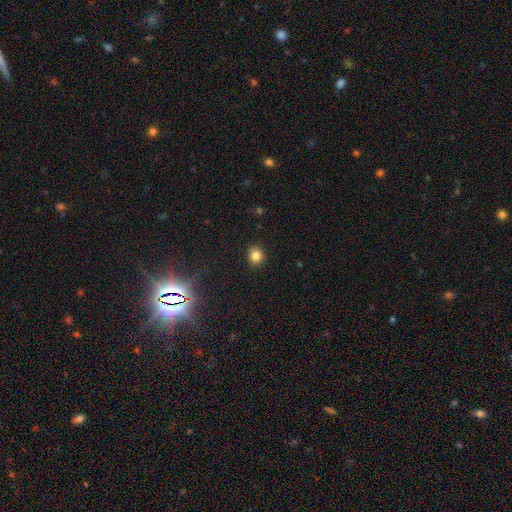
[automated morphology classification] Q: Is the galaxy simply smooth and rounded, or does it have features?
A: smooth — 81%.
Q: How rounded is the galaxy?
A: round — 72%.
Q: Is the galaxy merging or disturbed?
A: none — 90%.